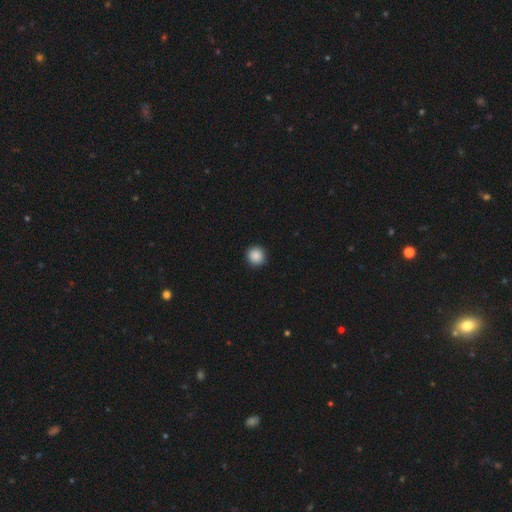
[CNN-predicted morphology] Smooth or featured: smooth — 88% (star or artifact — 9%)
How rounded: round — 94% (in between — 5%)
Merging: none — 92% (minor disturbance — 6%)